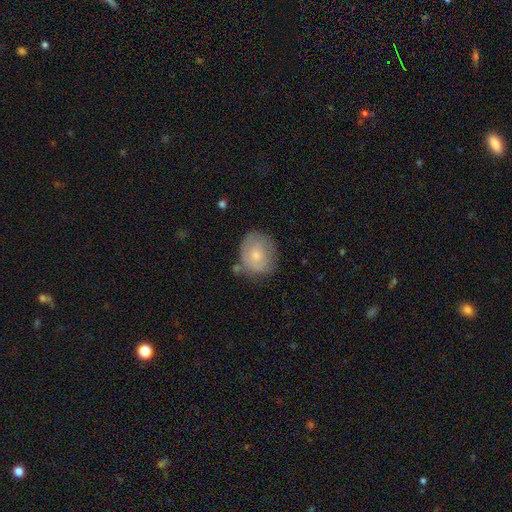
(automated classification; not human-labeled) smooth_or_featured: smooth (p=0.67) [alt: featured or disk p=0.26]
how_rounded: round (p=0.60) [alt: in between p=0.39]
merging: none (p=0.61) [alt: minor disturbance p=0.27]